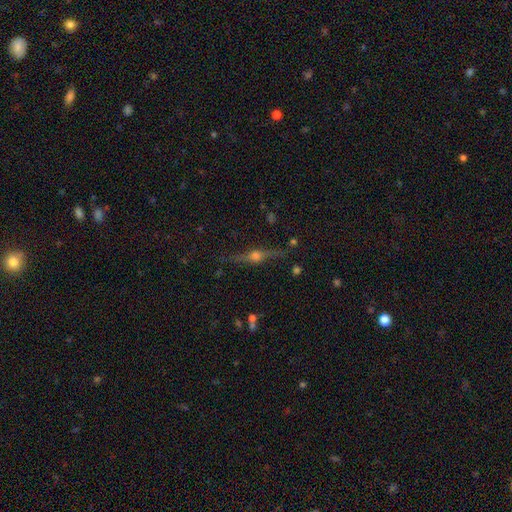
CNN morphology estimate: The model was most divided on "smooth or featured": featured or disk: 78%, smooth: 12%, star or artifact: 10%. More confident: edge-on disk — yes (96%); edge-on bulge — rounded (94%); merging — none (86%).